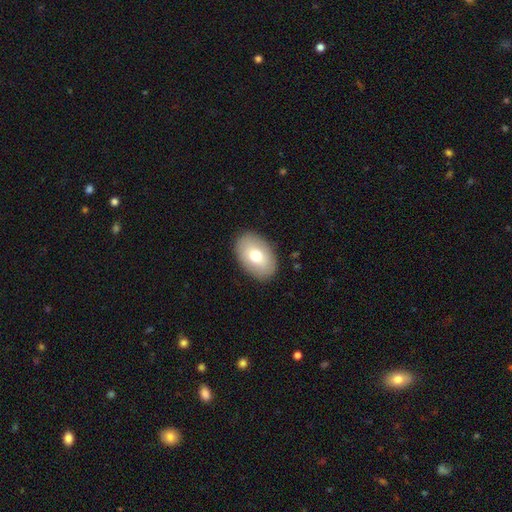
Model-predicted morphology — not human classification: smooth-or-featured: smooth: 72% | featured or disk: 21% | star or artifact: 7%
  how-rounded: in between: 89% | round: 10% | cigar-shaped: 1%
  merging: none: 88% | minor disturbance: 9% | major disturbance: 3% | merger: 1%